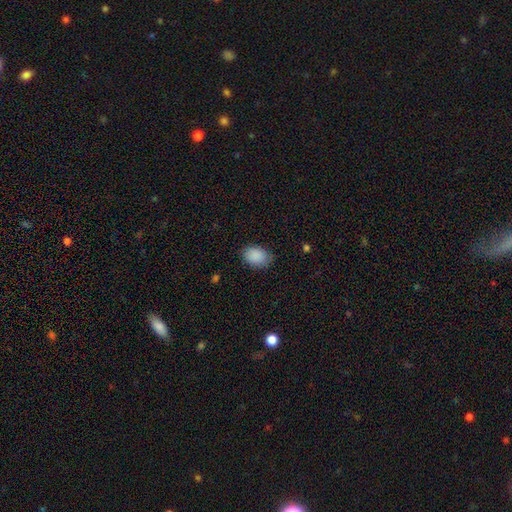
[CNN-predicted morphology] The model was most divided on "how rounded": in between: 81%, round: 18%, cigar-shaped: 1%. More confident: smooth or featured — smooth (89%); merging — none (81%).